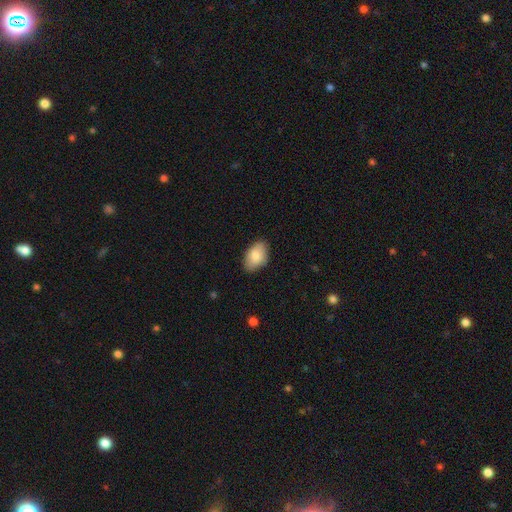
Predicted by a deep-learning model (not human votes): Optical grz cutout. It shows a smooth galaxy with no disk features (84%) that is in between round and cigar-shaped (92%). Merging: none (82%).